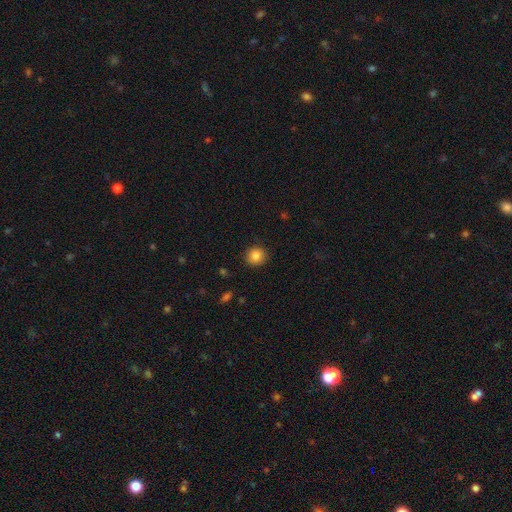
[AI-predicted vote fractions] A smooth galaxy with no disk features (85%) that is round (90%).

Vote fractions:
- Smooth or featured? smooth: 85% / star or artifact: 10% / featured or disk: 5%
- How rounded? round: 90% / in between: 9% / cigar-shaped: 1%
- Merging? none: 90% / minor disturbance: 7% / major disturbance: 2% / merger: 1%